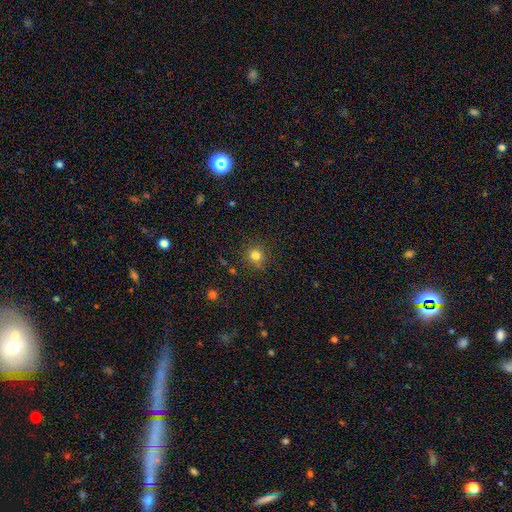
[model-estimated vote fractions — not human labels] smooth-or-featured: smooth: 81% | star or artifact: 14% | featured or disk: 5%
  how-rounded: round: 92% | in between: 7% | cigar-shaped: 1%
  merging: none: 88% | minor disturbance: 8% | major disturbance: 3% | merger: 2%